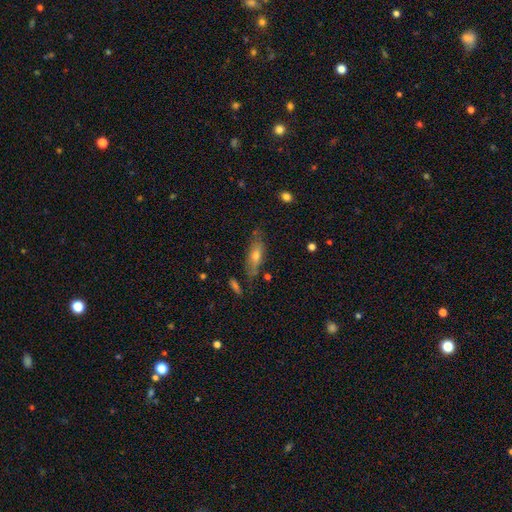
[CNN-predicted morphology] Overall: smooth (53%; featured or disk 39%). How rounded: in between (51%; cigar-shaped 45%). Merging: none (73%).